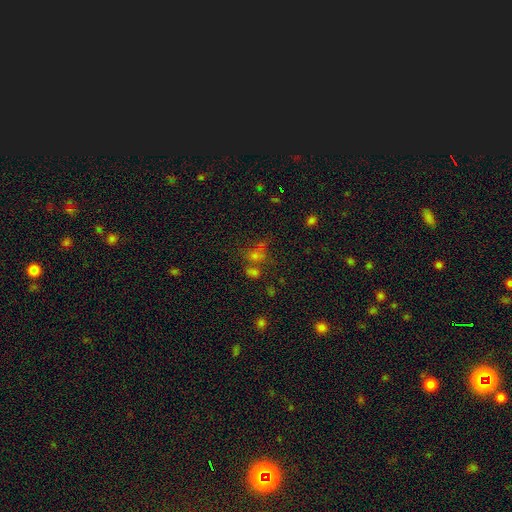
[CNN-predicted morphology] Smooth or featured? Predicted: star or artifact (p=0.49).